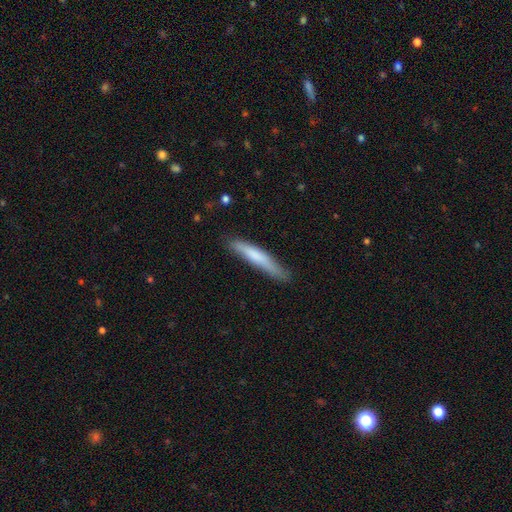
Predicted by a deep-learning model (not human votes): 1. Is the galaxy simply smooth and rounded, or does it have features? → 69% smooth, 26% featured or disk, 5% star or artifact.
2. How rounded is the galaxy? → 93% cigar-shaped, 6% in between, 1% round.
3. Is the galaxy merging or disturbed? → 77% none, 18% minor disturbance, 3% major disturbance, 2% merger.